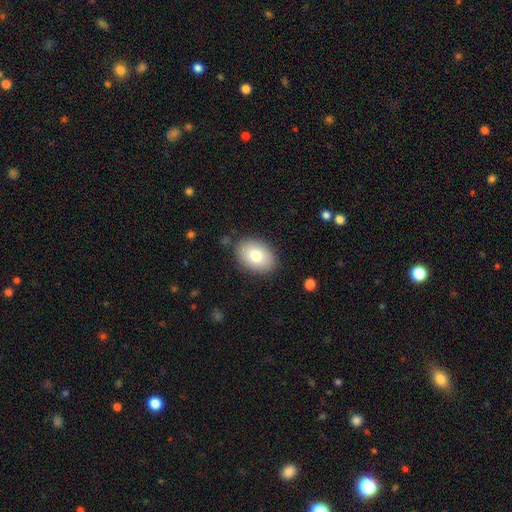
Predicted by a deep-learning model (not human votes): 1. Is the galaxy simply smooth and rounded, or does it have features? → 78% smooth, 14% featured or disk, 8% star or artifact.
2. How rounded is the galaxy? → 79% in between, 20% round, 1% cigar-shaped.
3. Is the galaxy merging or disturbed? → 85% none, 11% minor disturbance, 3% major disturbance, 2% merger.